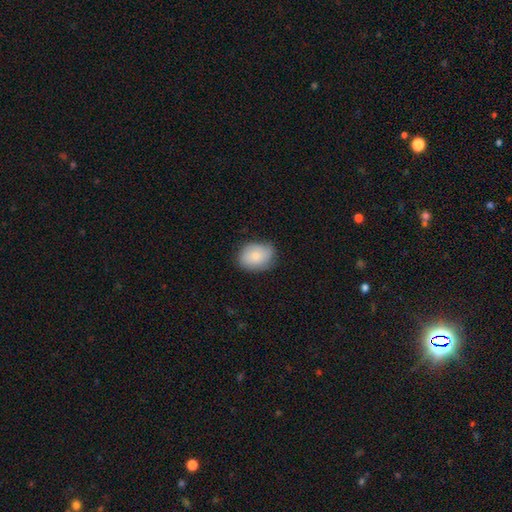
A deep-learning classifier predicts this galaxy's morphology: smooth-or-featured: smooth: 77% | featured or disk: 16% | star or artifact: 7%
  how-rounded: in between: 60% | round: 39% | cigar-shaped: 1%
  merging: none: 75% | minor disturbance: 20% | major disturbance: 4% | merger: 1%